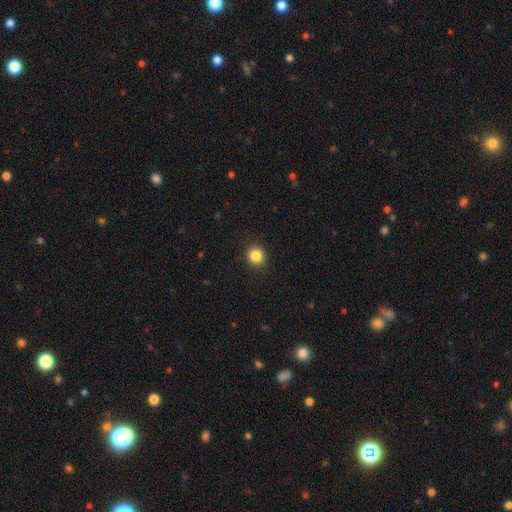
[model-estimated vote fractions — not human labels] Smooth or featured? smooth (86%)
How rounded? round (81%)
Merging? none (91%)